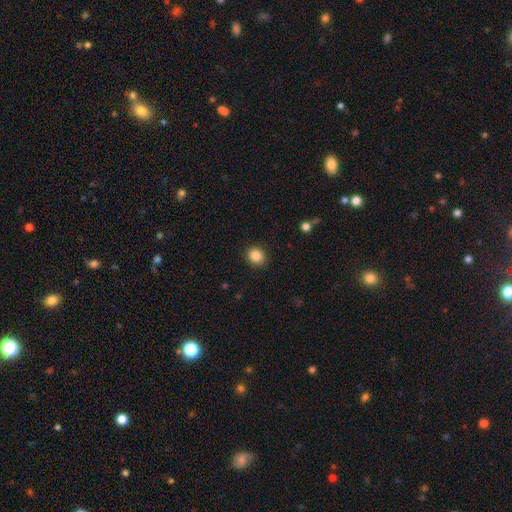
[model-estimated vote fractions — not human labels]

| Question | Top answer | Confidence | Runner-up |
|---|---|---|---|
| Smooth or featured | smooth | 86% | star or artifact (10%) |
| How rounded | round | 77% | in between (22%) |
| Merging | none | 91% | minor disturbance (6%) |